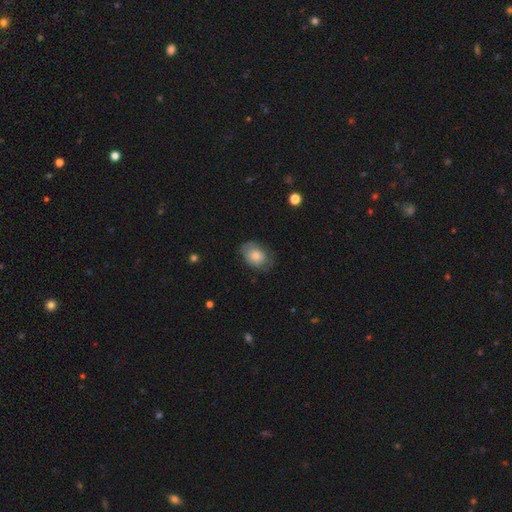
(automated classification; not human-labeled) smooth 65%, featured or disk 28%, star or artifact 7%. Down the decision tree: how rounded — in between (75%); merging — none (68%).